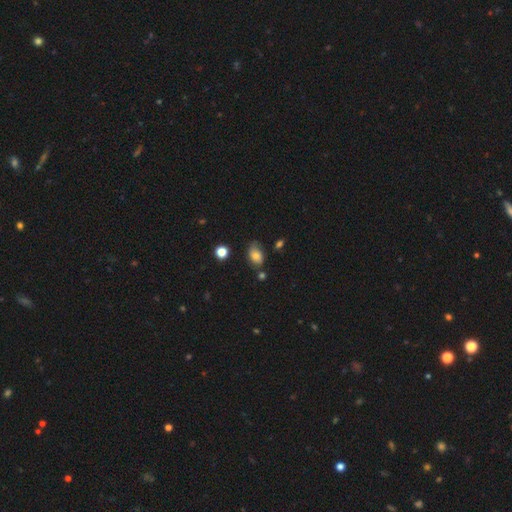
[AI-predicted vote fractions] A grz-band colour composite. It shows a smooth galaxy with no disk features (67%) that is in between round and cigar-shaped (81%). Merging: none (57%).